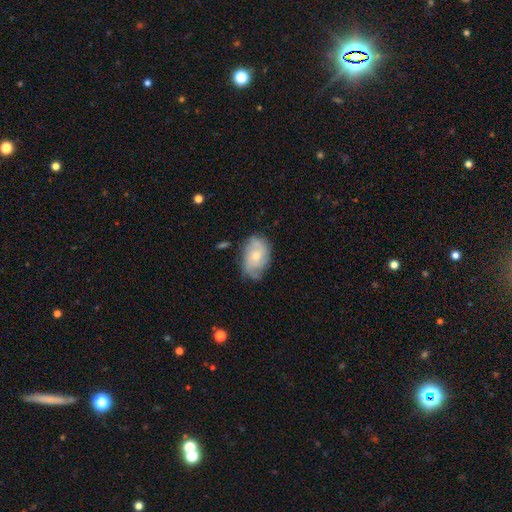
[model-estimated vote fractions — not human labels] Smooth or featured: featured or disk — 57% (smooth — 36%)
Edge-on disk: no — 96% (yes — 4%)
Bar: no — 77% (weak — 21%)
Spiral arms: yes — 82% (no — 18%)
Bulge size: small — 50% (moderate — 45%)
Merging: none — 61% (minor disturbance — 28%)